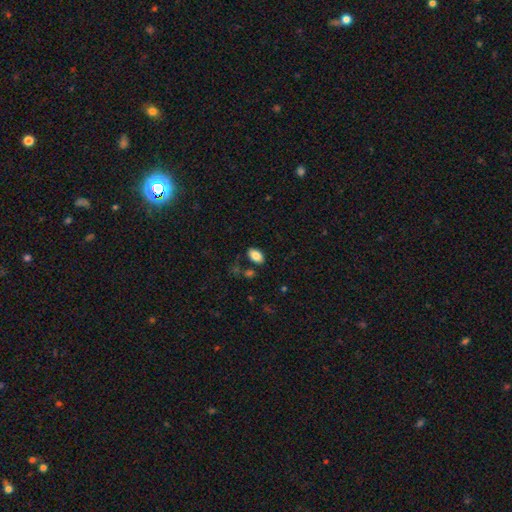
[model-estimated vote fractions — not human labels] This appears to be a smooth galaxy with no disk features (85%) that is in between round and cigar-shaped (92%). Merging: none (81%).